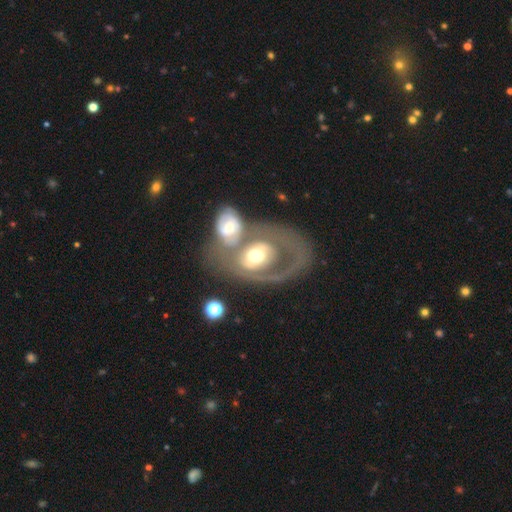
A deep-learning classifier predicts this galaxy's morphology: Smooth or featured?
  - featured or disk: 62% *
  - smooth: 31%
  - star or artifact: 6%
Edge-on disk?
  - no: 94% *
  - yes: 6%
Bar?
  - no: 71% *
  - weak: 20%
  - strong: 9%
Spiral arms?
  - no: 64% *
  - yes: 36%
Bulge size?
  - moderate: 63% *
  - large: 24%
  - small: 9%
  - dominant: 3%
  - none: 2%
Merging?
  - merger: 51% *
  - none: 25%
  - major disturbance: 14%
  - minor disturbance: 10%